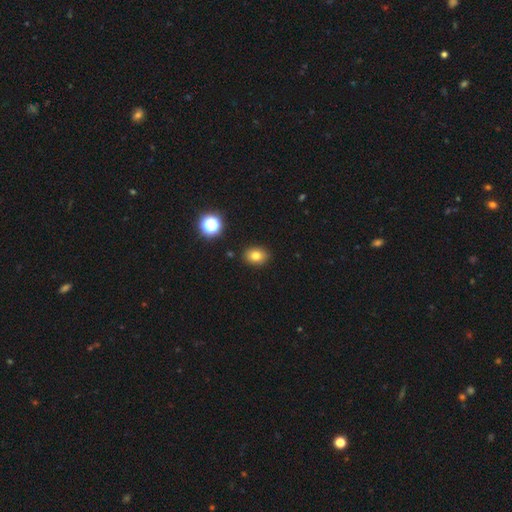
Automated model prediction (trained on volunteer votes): smooth-or-featured: smooth: 78% | star or artifact: 13% | featured or disk: 9%
  how-rounded: in between: 59% | round: 40% | cigar-shaped: 1%
  merging: none: 88% | minor disturbance: 8% | major disturbance: 2% | merger: 2%